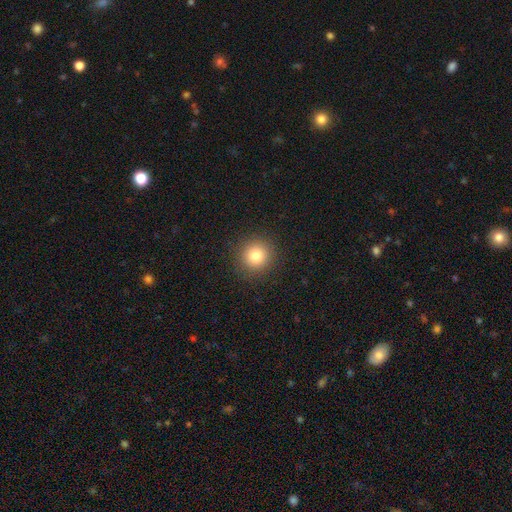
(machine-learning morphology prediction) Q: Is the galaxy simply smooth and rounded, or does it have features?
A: smooth — 81%.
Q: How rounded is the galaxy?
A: round — 93%.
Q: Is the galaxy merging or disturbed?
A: none — 91%.